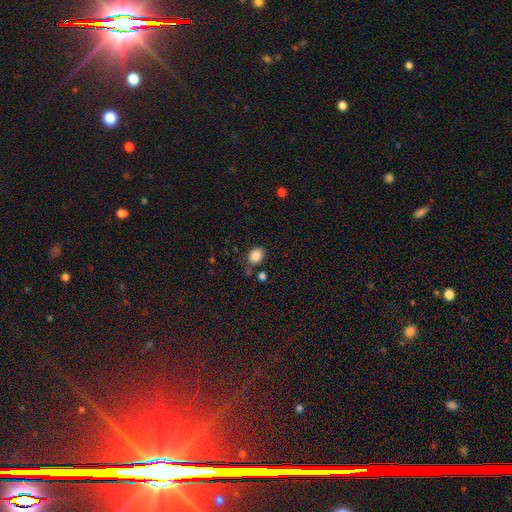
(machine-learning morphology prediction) This is clearly a smooth galaxy (86%). How rounded: possibly round (51%). Merging: likely none (70%).